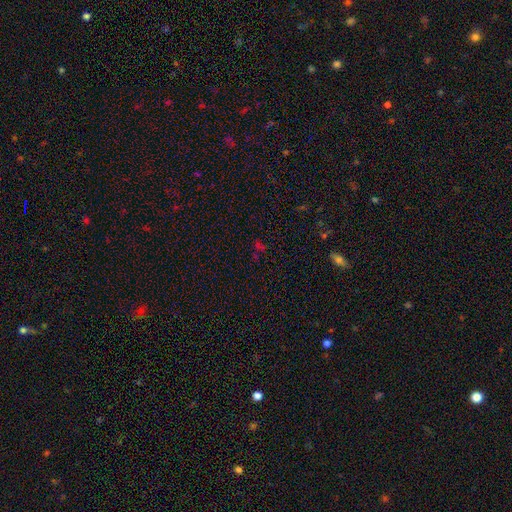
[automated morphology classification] smooth-or-featured: star or artifact: 64% | smooth: 26% | featured or disk: 10%